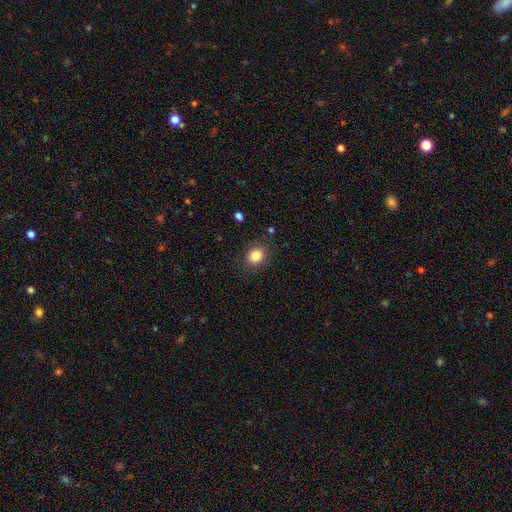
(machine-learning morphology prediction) This appears to be a smooth galaxy with no disk features (84%) that is round (67%). Merging: none (83%).